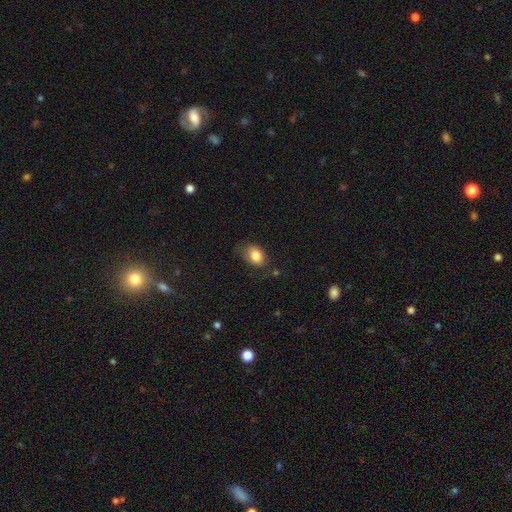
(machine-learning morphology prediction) Smooth or featured? smooth (82%)
How rounded? in between (76%)
Merging? none (63%)